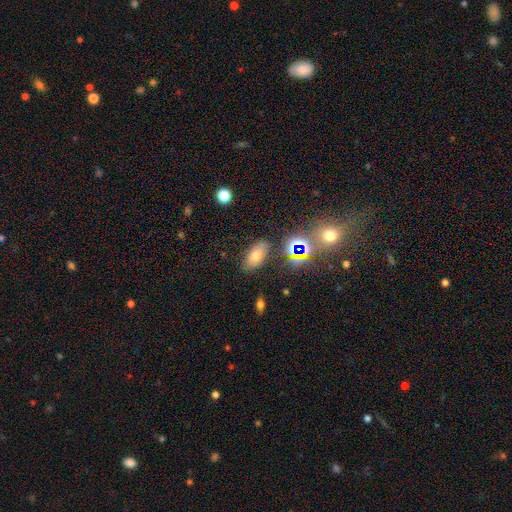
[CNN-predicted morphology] Smooth or featured? Predicted: smooth (p=0.61). How rounded? Predicted: in between (p=0.89). Merging? Predicted: none (p=0.83).